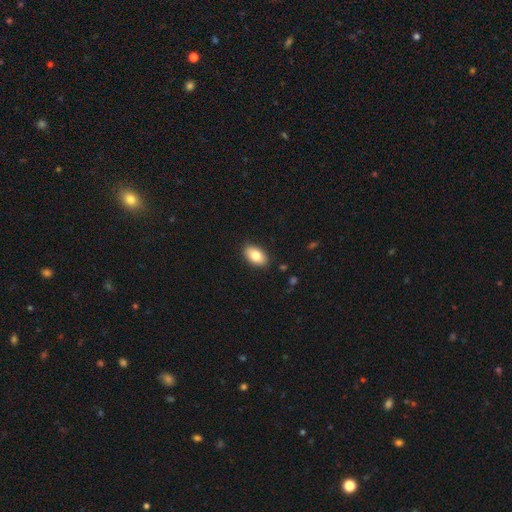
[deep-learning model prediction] smooth_or_featured: smooth (p=0.81) [alt: featured or disk p=0.12]
how_rounded: in between (p=0.93) [alt: round p=0.06]
merging: none (p=0.88) [alt: minor disturbance p=0.09]